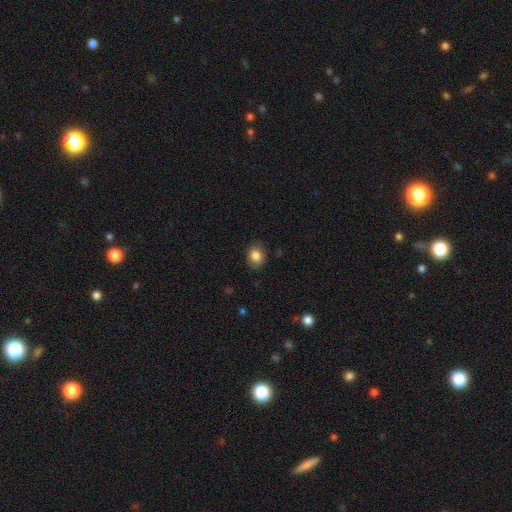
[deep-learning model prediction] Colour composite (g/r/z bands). It shows a smooth galaxy with no disk features (85%) that is in between round and cigar-shaped (53%). Merging: none (82%).